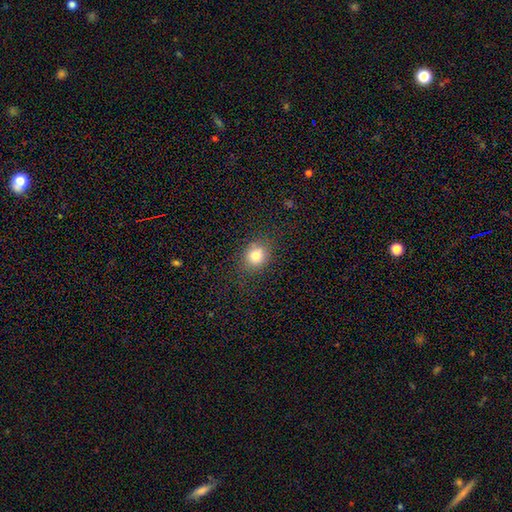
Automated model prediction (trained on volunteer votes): The model was most divided on "how rounded": round: 71%, in between: 28%, cigar-shaped: 1%. More confident: smooth or featured — smooth (80%); merging — none (80%).